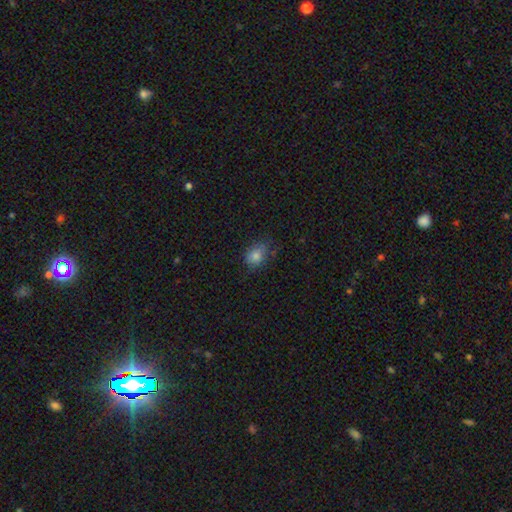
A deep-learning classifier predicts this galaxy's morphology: smooth 79%, star or artifact 12%, featured or disk 9%. Down the decision tree: how rounded — in between (55%); merging — none (68%).